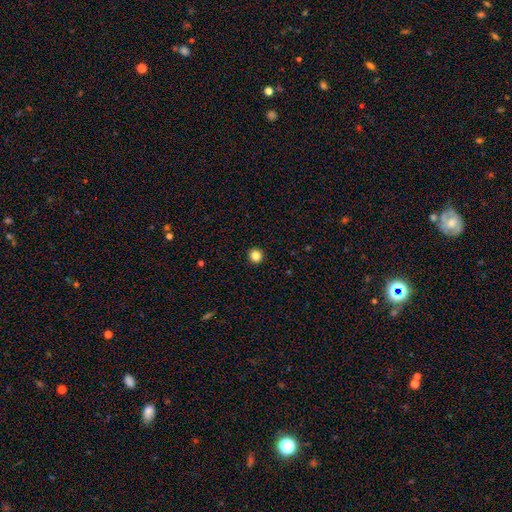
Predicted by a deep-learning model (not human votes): This is clearly a smooth galaxy (85%). How rounded: clearly round (94%). Merging: clearly none (94%).